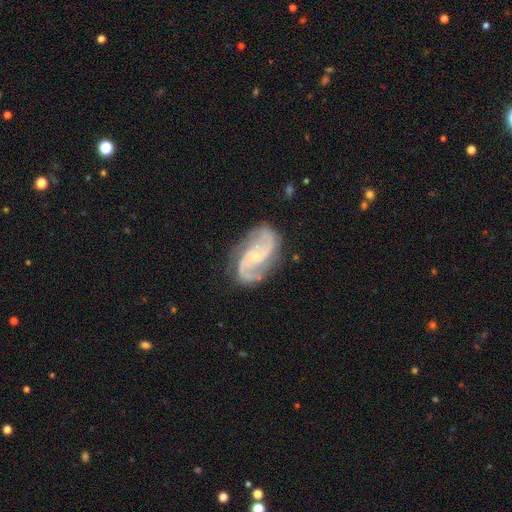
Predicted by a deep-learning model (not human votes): Smooth or featured: featured or disk — 90% (smooth — 5%)
Edge-on disk: no — 97% (yes — 3%)
Bar: no — 58% (weak — 33%)
Spiral arms: yes — 98% (no — 2%)
Spiral winding: medium — 54% (tight — 26%)
Spiral arm count: 2 — 83% (3 — 7%)
Bulge size: small — 73% (moderate — 22%)
Merging: none — 76% (minor disturbance — 16%)